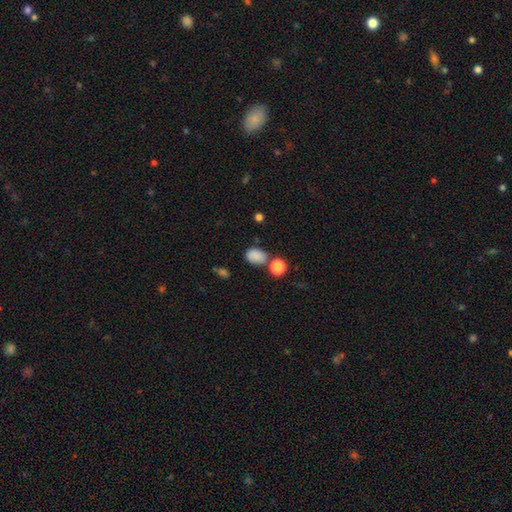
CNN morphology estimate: smooth 84%, star or artifact 11%, featured or disk 5%. Down the decision tree: how rounded — in between (76%); merging — none (65%).